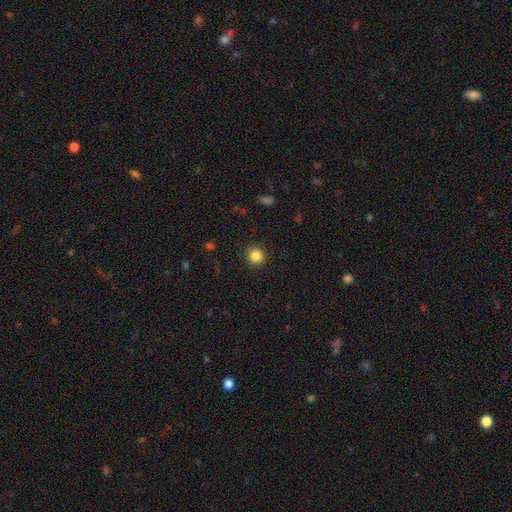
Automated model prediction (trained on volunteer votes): Smooth or featured? smooth (85%)
How rounded? round (94%)
Merging? none (91%)